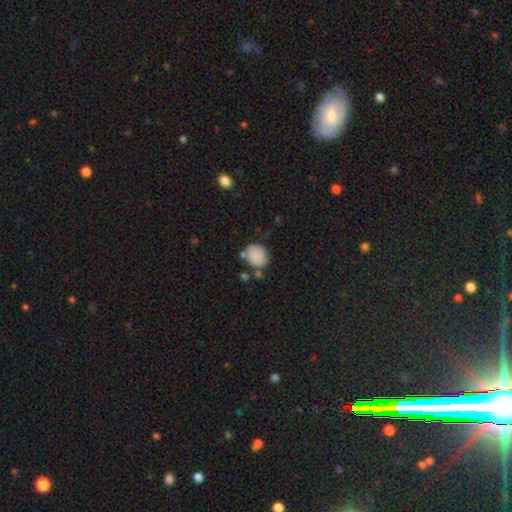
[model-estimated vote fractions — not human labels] Overall: smooth (84%). How rounded: round (67%; in between 32%). Merging: none (63%).